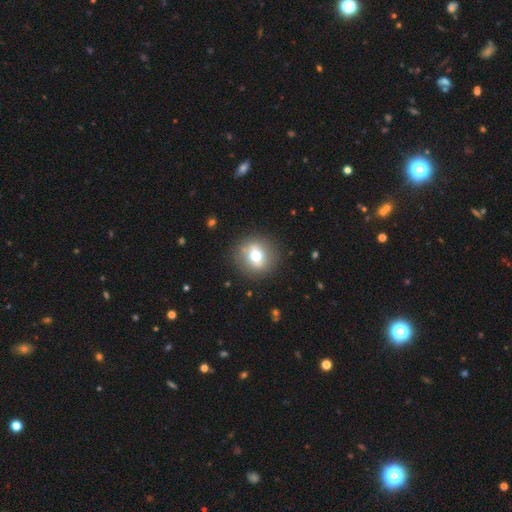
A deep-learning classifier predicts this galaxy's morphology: A smooth galaxy with no disk features (58%) that is round (80%).

Vote fractions:
- Smooth or featured? smooth: 58% / featured or disk: 33% / star or artifact: 9%
- How rounded? round: 80% / in between: 19% / cigar-shaped: 2%
- Merging? none: 85% / minor disturbance: 9% / major disturbance: 4% / merger: 2%